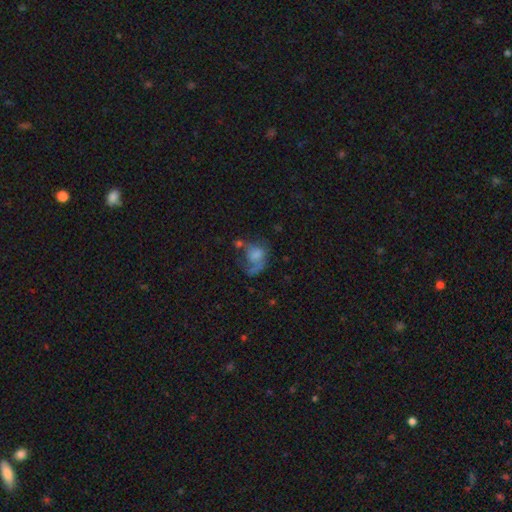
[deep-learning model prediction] Smooth or featured: smooth — 47% (featured or disk — 42%)
Merging: major disturbance — 44% (none — 25%)